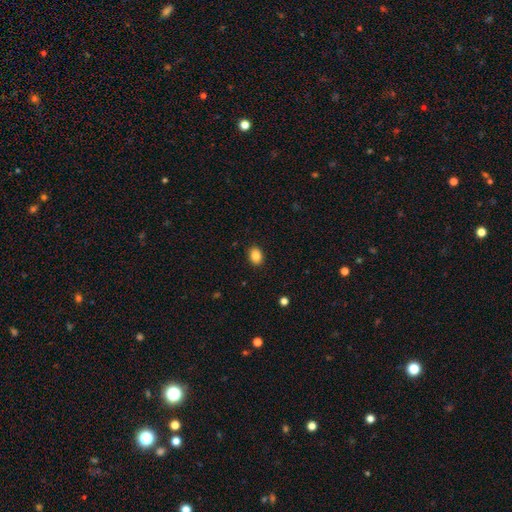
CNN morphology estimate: smooth_or_featured: smooth (p=0.87) [alt: star or artifact p=0.09]
how_rounded: in between (p=0.63) [alt: round p=0.36]
merging: none (p=0.90) [alt: minor disturbance p=0.07]